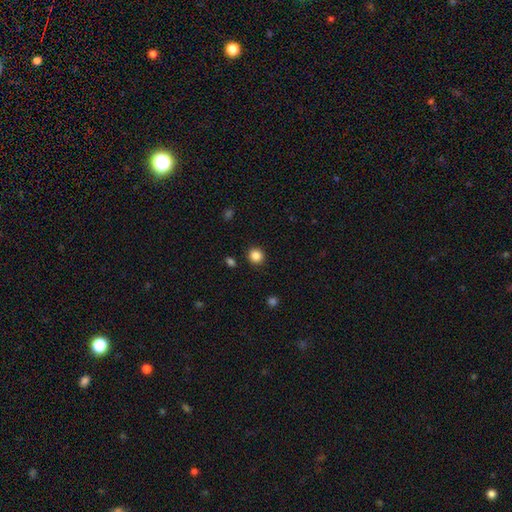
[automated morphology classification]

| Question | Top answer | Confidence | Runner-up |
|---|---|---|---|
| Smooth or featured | smooth | 86% | star or artifact (11%) |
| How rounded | round | 91% | in between (8%) |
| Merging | none | 91% | minor disturbance (5%) |